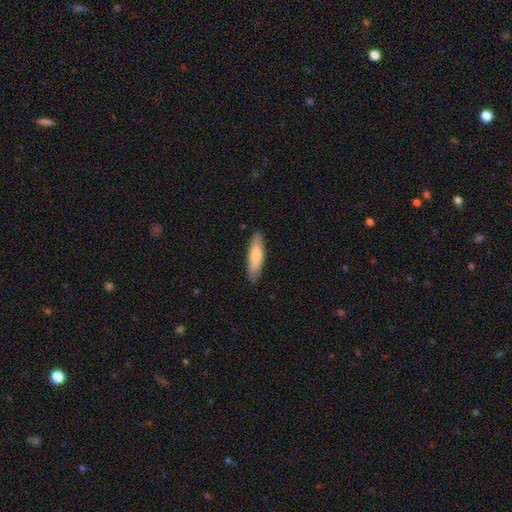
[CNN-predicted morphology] Overall: smooth (74%). How rounded: cigar-shaped (58%; in between 41%). Merging: none (86%).